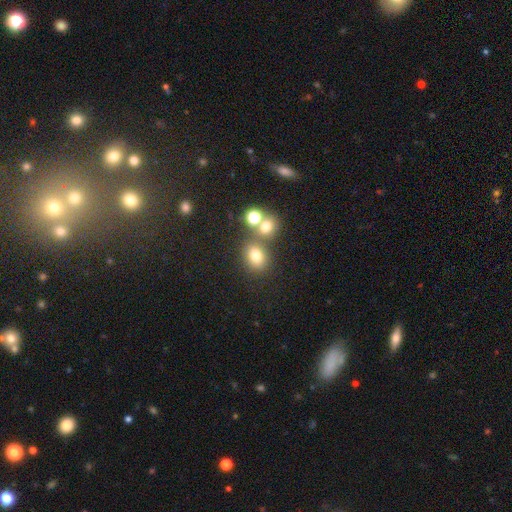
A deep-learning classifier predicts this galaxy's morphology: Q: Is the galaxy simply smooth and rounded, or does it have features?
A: smooth — 73%.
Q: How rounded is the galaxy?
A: round — 63%.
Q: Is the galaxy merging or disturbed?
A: none — 62%.